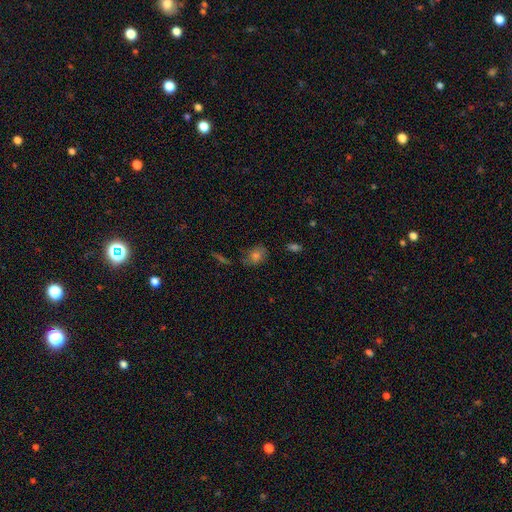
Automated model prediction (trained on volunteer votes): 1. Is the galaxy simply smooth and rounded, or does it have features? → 68% smooth, 19% star or artifact, 14% featured or disk.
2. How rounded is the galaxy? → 58% in between, 39% round, 2% cigar-shaped.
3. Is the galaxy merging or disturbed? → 70% none, 20% minor disturbance, 6% major disturbance, 4% merger.